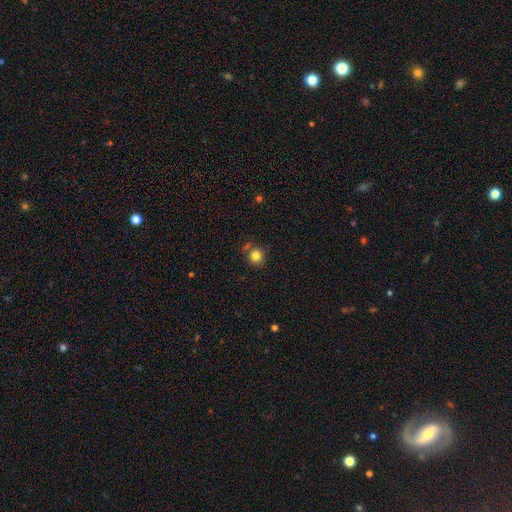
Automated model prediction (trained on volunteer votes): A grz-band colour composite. It shows a smooth galaxy with no disk features (82%) that is round (89%). Merging: none (73%).